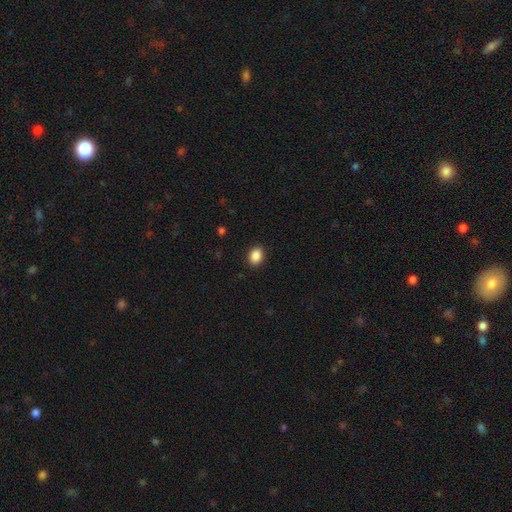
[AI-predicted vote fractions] smooth-or-featured: smooth: 88% | star or artifact: 9% | featured or disk: 3%
  how-rounded: in between: 68% | round: 31% | cigar-shaped: 1%
  merging: none: 90% | minor disturbance: 7% | major disturbance: 2% | merger: 1%